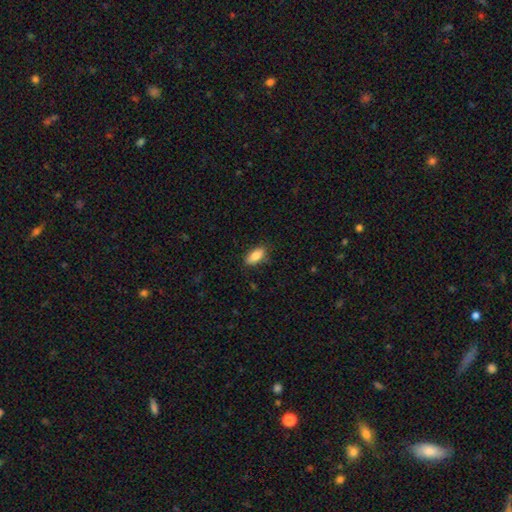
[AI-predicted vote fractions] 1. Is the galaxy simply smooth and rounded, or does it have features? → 85% smooth, 8% featured or disk, 7% star or artifact.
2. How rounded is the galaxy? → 86% in between, 12% cigar-shaped, 2% round.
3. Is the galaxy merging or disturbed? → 82% none, 14% minor disturbance, 3% major disturbance, 1% merger.